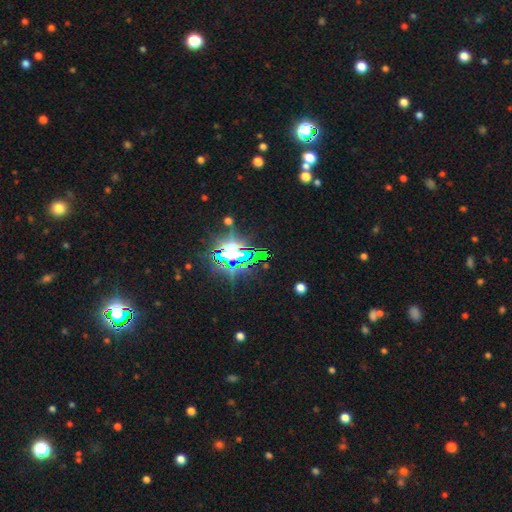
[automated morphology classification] Q: Smooth or featured?
A: star or artifact (76%); runner-up: smooth (14%)